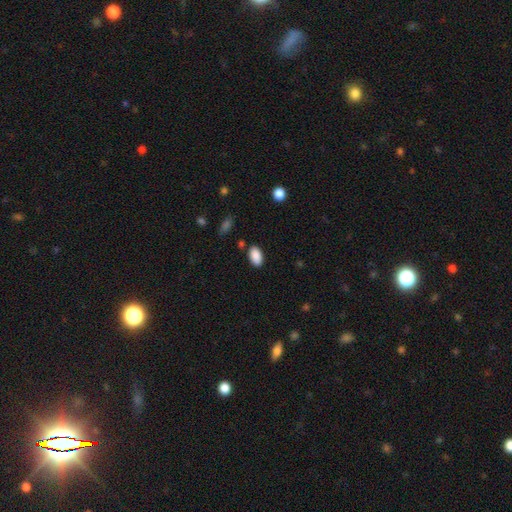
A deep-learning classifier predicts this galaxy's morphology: smooth 89%, star or artifact 7%, featured or disk 3%. Down the decision tree: how rounded — in between (94%); merging — none (85%).